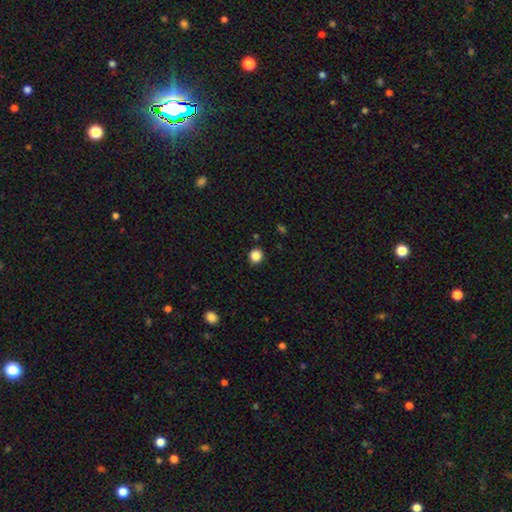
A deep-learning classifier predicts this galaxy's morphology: Smooth or featured?
  - smooth: 86% *
  - star or artifact: 11%
  - featured or disk: 3%
How rounded?
  - round: 86% *
  - in between: 14%
  - cigar-shaped: 1%
Merging?
  - none: 90% *
  - minor disturbance: 7%
  - major disturbance: 2%
  - merger: 1%